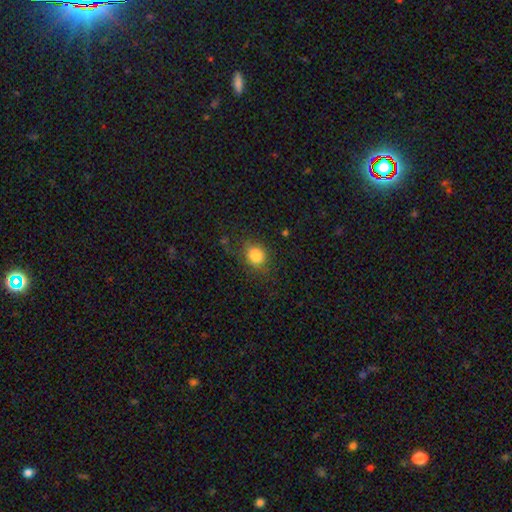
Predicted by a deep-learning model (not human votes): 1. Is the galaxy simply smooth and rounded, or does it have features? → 85% smooth, 10% star or artifact, 5% featured or disk.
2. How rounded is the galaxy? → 67% round, 32% in between, 1% cigar-shaped.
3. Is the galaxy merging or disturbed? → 75% none, 17% minor disturbance, 7% major disturbance, 2% merger.